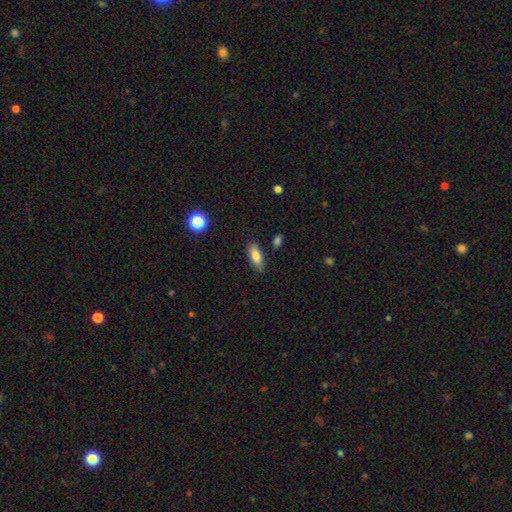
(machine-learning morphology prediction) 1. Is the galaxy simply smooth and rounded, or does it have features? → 83% smooth, 9% featured or disk, 8% star or artifact.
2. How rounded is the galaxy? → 80% in between, 17% cigar-shaped, 3% round.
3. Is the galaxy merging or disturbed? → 83% none, 12% minor disturbance, 3% major disturbance, 2% merger.